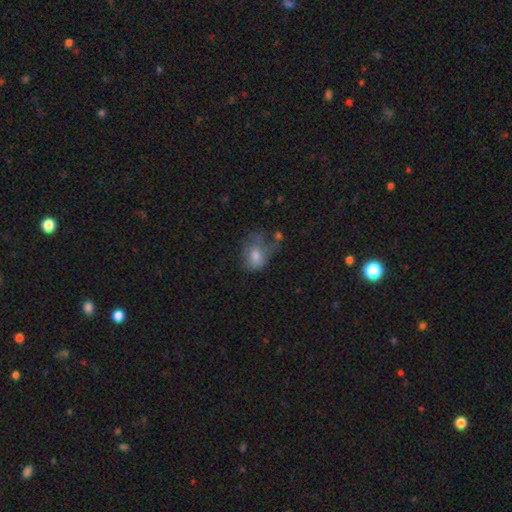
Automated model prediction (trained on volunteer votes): Smooth or featured? smooth (66%)
How rounded? in between (61%)
Merging? none (32%)